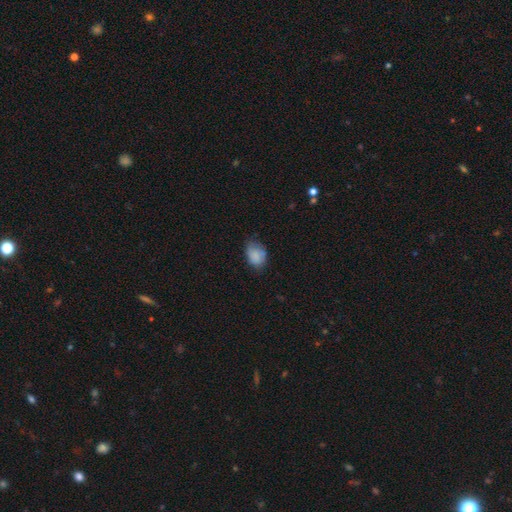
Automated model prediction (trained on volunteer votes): A smooth galaxy with no disk features (82%) that is in between round and cigar-shaped (80%).

Vote fractions:
- Smooth or featured? smooth: 82% / featured or disk: 10% / star or artifact: 8%
- How rounded? in between: 80% / round: 19% / cigar-shaped: 1%
- Merging? none: 56% / minor disturbance: 34% / major disturbance: 9% / merger: 2%